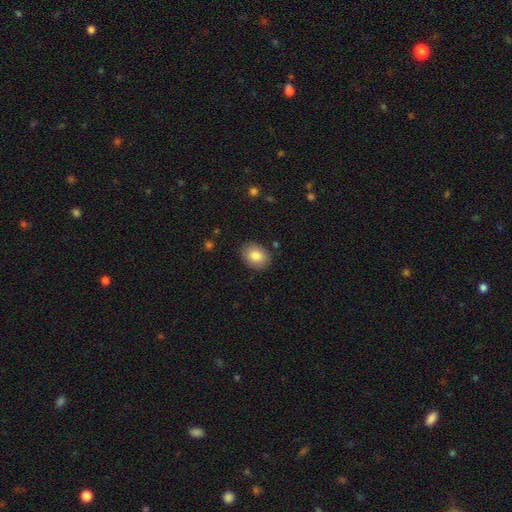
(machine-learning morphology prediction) The model was most divided on "how rounded": in between: 61%, round: 38%, cigar-shaped: 1%. More confident: merging — none (86%); smooth or featured — smooth (83%).